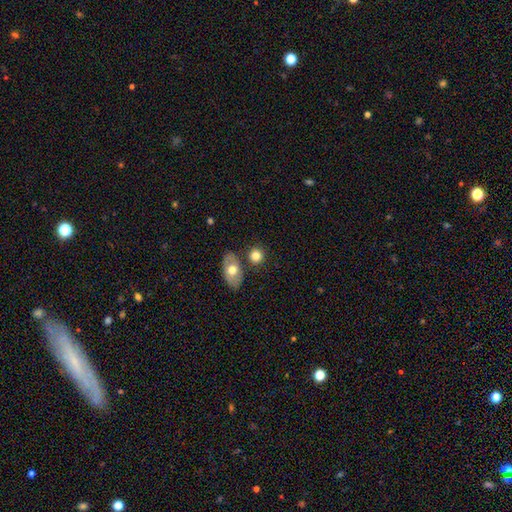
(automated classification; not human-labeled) smooth-or-featured: smooth: 76% | featured or disk: 16% | star or artifact: 8%
  how-rounded: round: 70% | in between: 28% | cigar-shaped: 2%
  merging: none: 73% | merger: 14% | minor disturbance: 10% | major disturbance: 3%